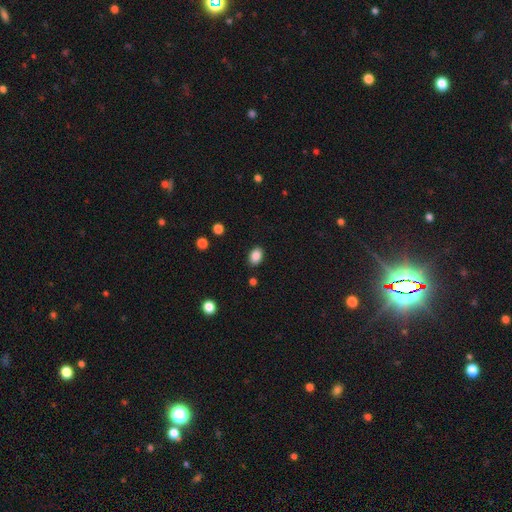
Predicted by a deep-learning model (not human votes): Q: Smooth or featured?
A: smooth (87%); runner-up: star or artifact (9%)
Q: How rounded?
A: in between (79%); runner-up: round (19%)
Q: Merging?
A: none (87%); runner-up: minor disturbance (9%)